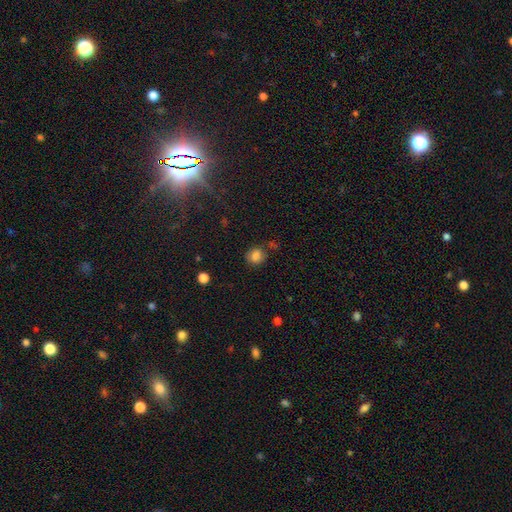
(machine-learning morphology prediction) Smooth or featured? smooth (81%)
How rounded? round (66%)
Merging? none (74%)